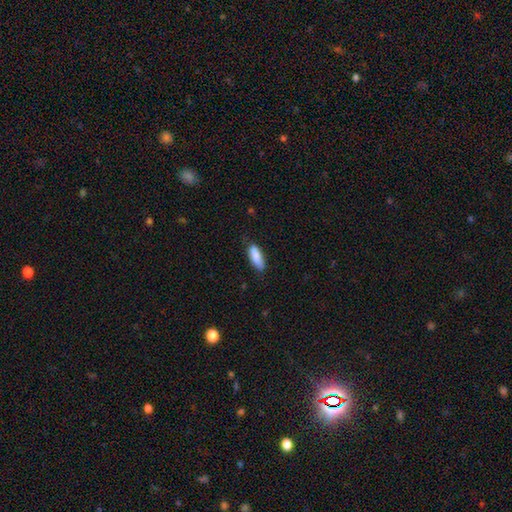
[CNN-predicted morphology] Overall: smooth (87%). How rounded: in between (68%; cigar-shaped 30%). Merging: none (74%).